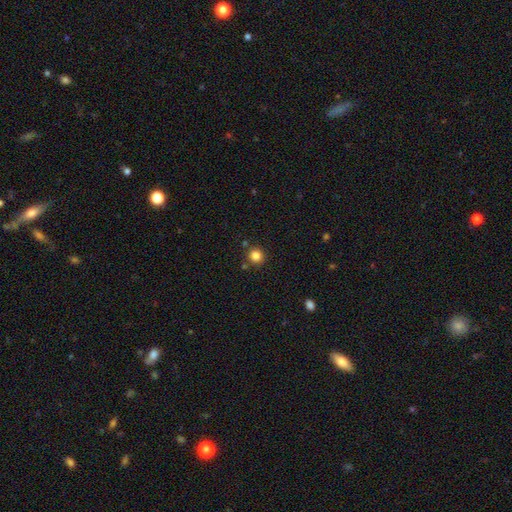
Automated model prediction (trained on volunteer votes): Smooth or featured? Predicted: smooth (p=0.83). How rounded? Predicted: round (p=0.93). Merging? Predicted: none (p=0.86).